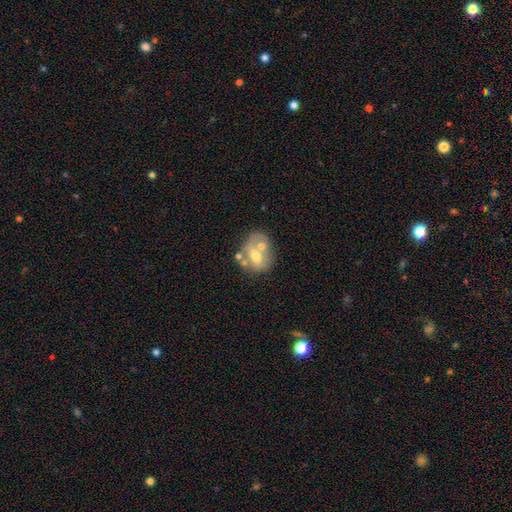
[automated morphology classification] Smooth or featured? Predicted: smooth (p=0.50). Merging? Predicted: none (p=0.43).